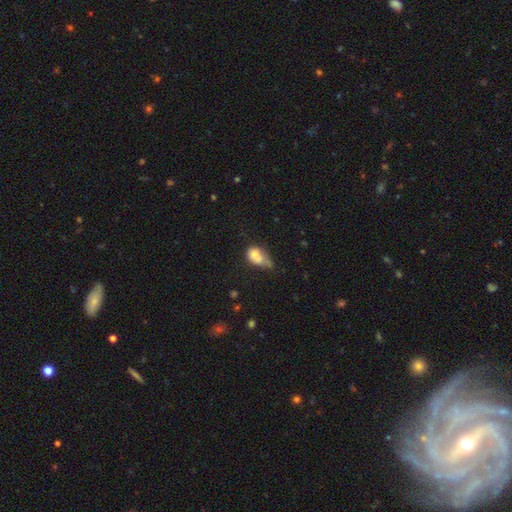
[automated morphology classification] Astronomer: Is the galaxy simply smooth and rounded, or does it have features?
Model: smooth — 73%.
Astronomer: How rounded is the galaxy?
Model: in between — 78%.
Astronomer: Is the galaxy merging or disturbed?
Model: minor disturbance — 29% (runner-up: merger, 28%).